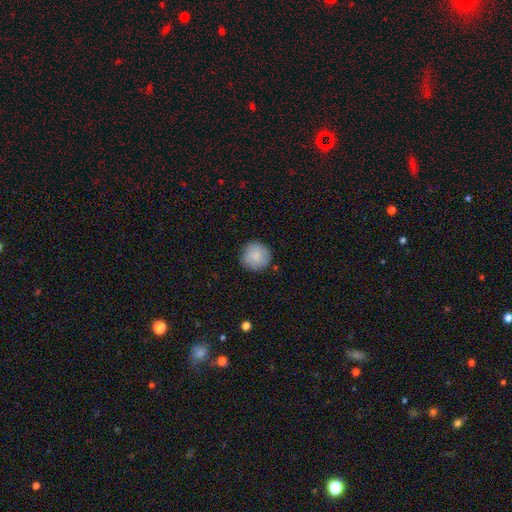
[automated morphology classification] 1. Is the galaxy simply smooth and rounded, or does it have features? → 85% smooth, 8% featured or disk, 7% star or artifact.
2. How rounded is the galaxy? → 95% round, 4% in between, 1% cigar-shaped.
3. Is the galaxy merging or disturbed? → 88% none, 9% minor disturbance, 2% major disturbance, 1% merger.